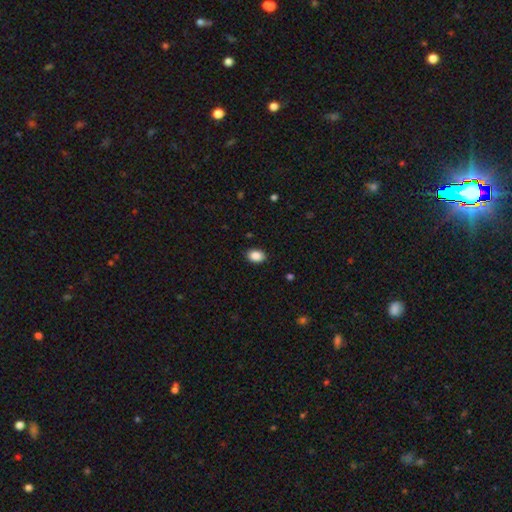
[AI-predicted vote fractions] smooth-or-featured: smooth: 89% | star or artifact: 8% | featured or disk: 3%
  how-rounded: in between: 77% | round: 22% | cigar-shaped: 1%
  merging: none: 88% | minor disturbance: 9% | major disturbance: 2% | merger: 1%